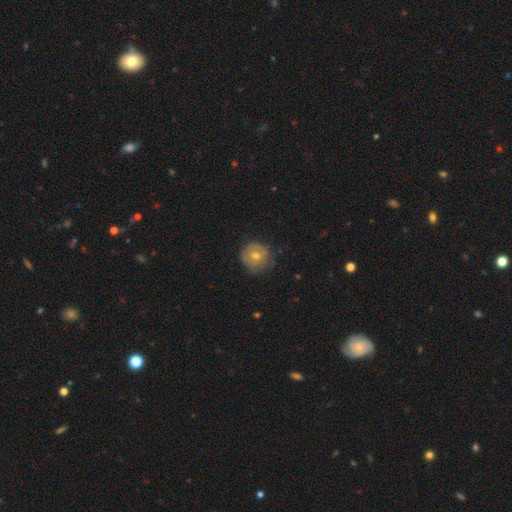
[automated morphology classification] featured or disk 48%, smooth 42%, star or artifact 10%. Down the decision tree: merging — none (75%).